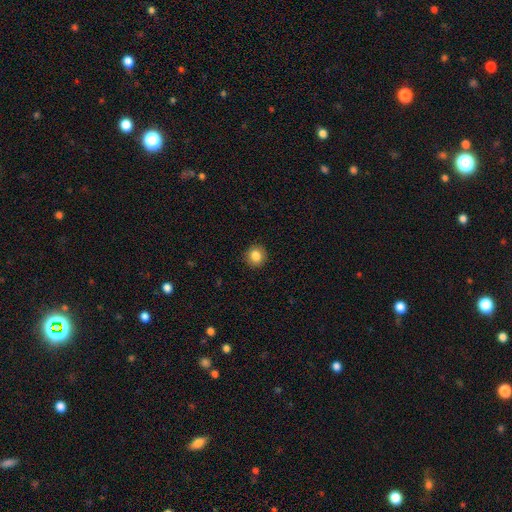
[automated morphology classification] A smooth galaxy with no disk features (85%) that is round (90%).

Vote fractions:
- Smooth or featured? smooth: 85% / star or artifact: 9% / featured or disk: 6%
- How rounded? round: 90% / in between: 9% / cigar-shaped: 1%
- Merging? none: 91% / minor disturbance: 6% / major disturbance: 2% / merger: 1%